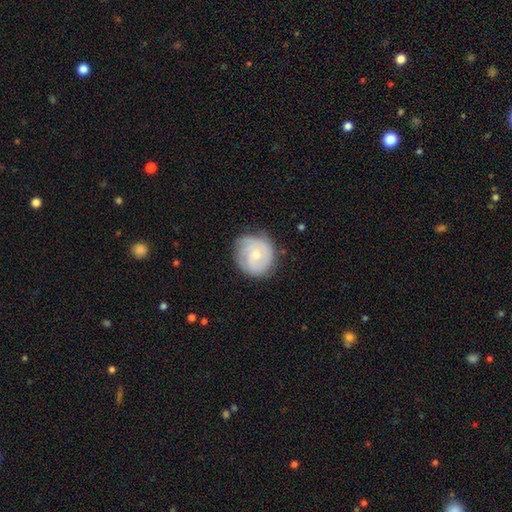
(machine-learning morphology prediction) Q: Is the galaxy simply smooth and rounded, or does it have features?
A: featured or disk — 55%.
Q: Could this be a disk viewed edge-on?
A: no — 97%.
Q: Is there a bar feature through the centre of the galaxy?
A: no — 72%.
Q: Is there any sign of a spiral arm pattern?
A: yes — 82%.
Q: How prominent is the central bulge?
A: small — 57%.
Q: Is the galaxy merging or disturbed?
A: none — 69%.